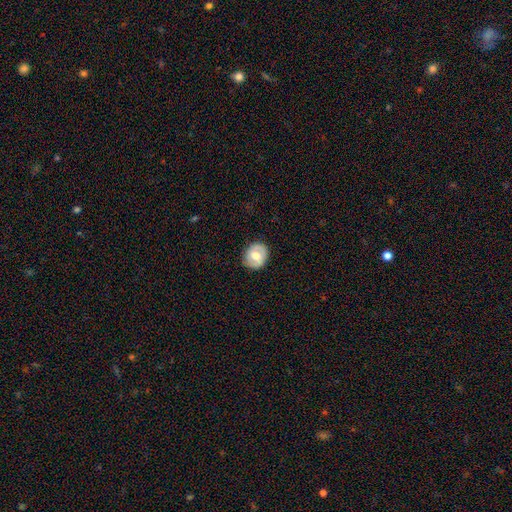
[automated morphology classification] Smooth or featured? Predicted: smooth (p=0.50). Merging? Predicted: none (p=0.84).